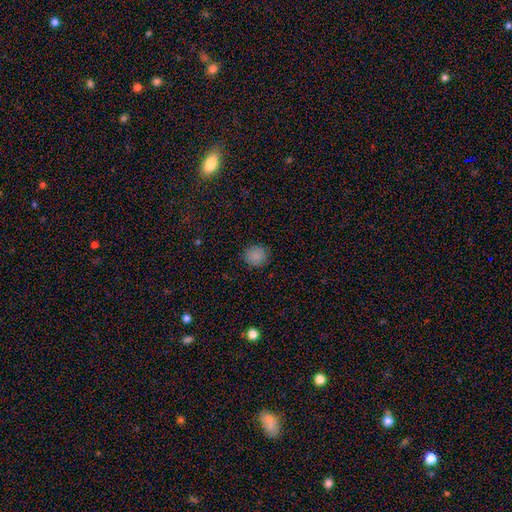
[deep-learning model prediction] The model was most divided on "smooth or featured": smooth: 86%, star or artifact: 10%, featured or disk: 4%. More confident: merging — none (89%); how rounded — round (88%).